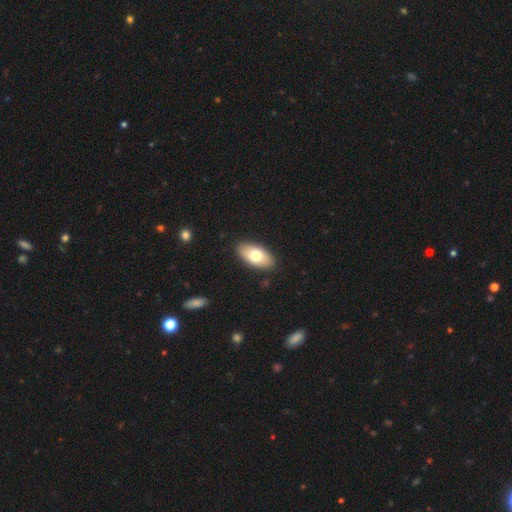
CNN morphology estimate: Smooth or featured? smooth (72%)
How rounded? in between (93%)
Merging? none (88%)